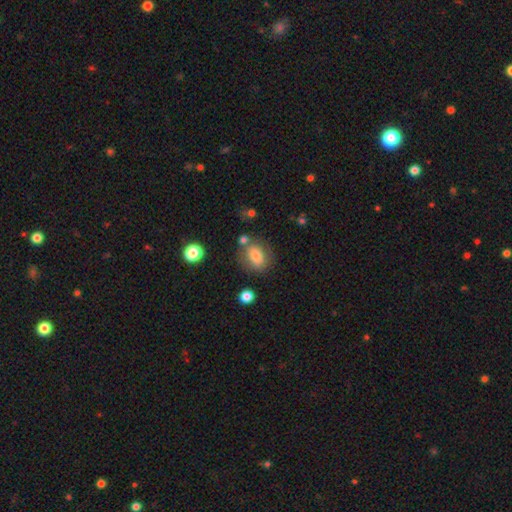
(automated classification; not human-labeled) Smooth or featured: smooth — 75% (featured or disk — 16%)
How rounded: in between — 65% (round — 34%)
Merging: none — 64% (minor disturbance — 17%)